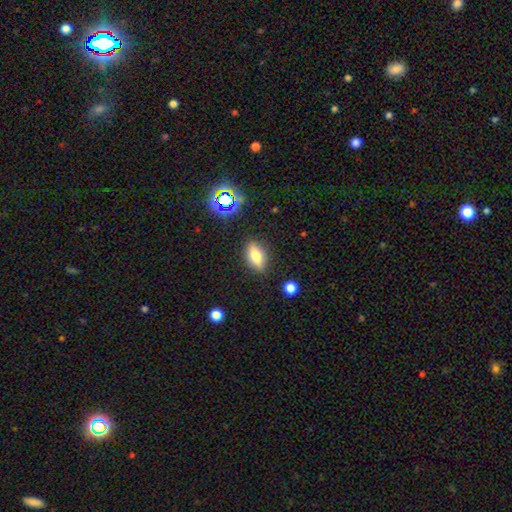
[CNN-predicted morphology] smooth-or-featured: smooth: 72% | featured or disk: 17% | star or artifact: 11%
  how-rounded: in between: 79% | cigar-shaped: 14% | round: 7%
  merging: none: 84% | minor disturbance: 11% | major disturbance: 3% | merger: 2%